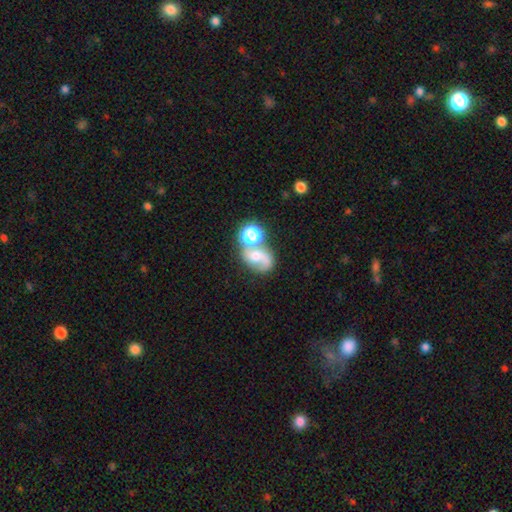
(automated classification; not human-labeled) smooth-or-featured: featured or disk: 53% | smooth: 31% | star or artifact: 16%
  disk-edge-on: no: 97% | yes: 3%
    bar: no: 59% | weak: 30% | strong: 11%
    has-spiral-arms: yes: 80% | no: 20%
    bulge-size: moderate: 53% | small: 30% | large: 9% | none: 6% | dominant: 3%
  merging: none: 41% | merger: 34% | minor disturbance: 15% | major disturbance: 11%